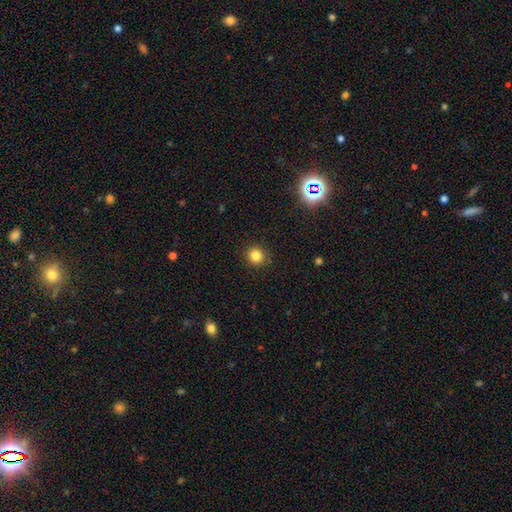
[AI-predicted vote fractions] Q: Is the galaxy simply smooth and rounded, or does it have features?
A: smooth — 82%.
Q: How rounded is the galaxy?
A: round — 91%.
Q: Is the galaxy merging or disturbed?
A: none — 91%.